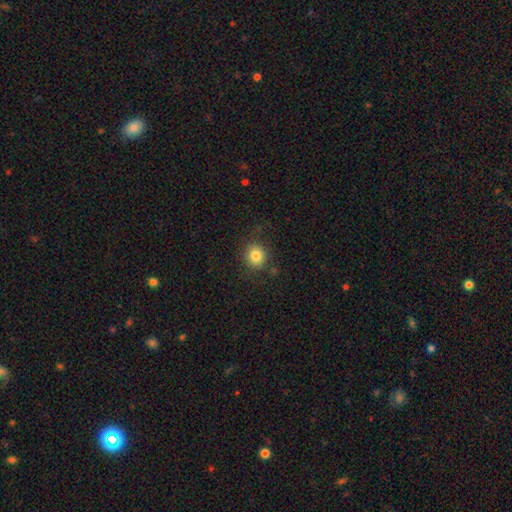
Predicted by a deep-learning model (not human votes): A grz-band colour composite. It shows a smooth galaxy with no disk features (82%) that is round (86%). Merging: none (84%).